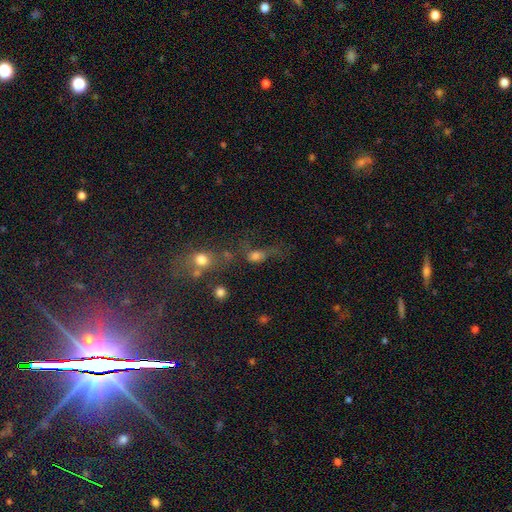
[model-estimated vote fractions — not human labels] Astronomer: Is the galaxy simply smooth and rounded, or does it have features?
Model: smooth — 59%.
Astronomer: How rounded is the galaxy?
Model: in between — 51% (runner-up: round, 42%).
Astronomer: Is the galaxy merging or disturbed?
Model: none — 32% (runner-up: major disturbance, 27%).